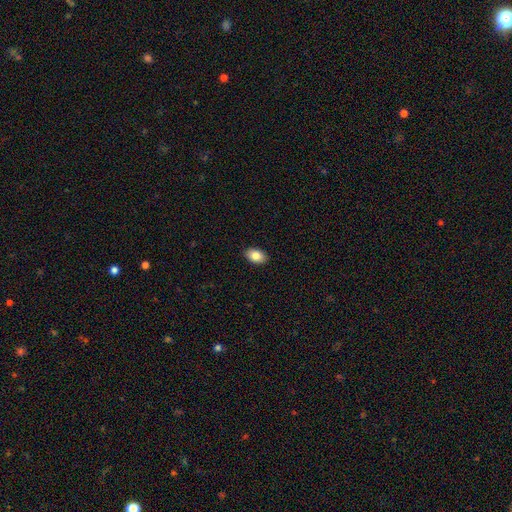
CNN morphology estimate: type=smooth (85%); roundness=in between (89%); merging=none (90%).